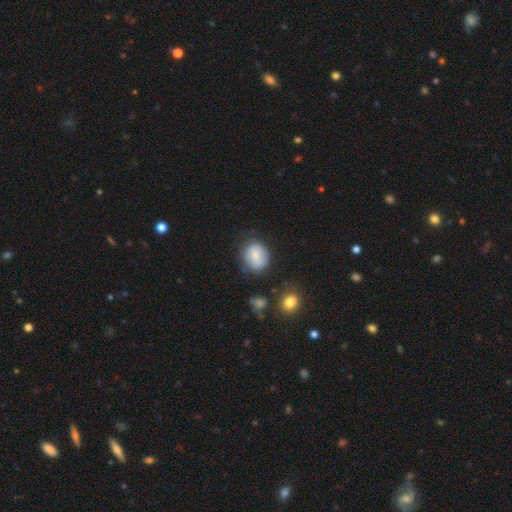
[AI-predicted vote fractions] Morphology: type=smooth (74%); roundness=round (64%); merging=none (68%).